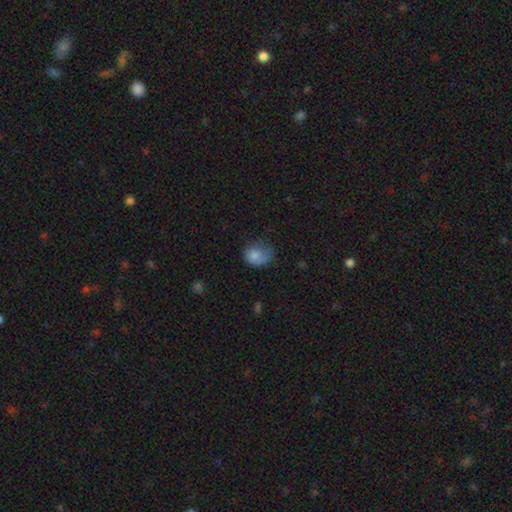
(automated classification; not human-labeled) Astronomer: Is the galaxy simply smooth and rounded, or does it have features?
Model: smooth — 76%.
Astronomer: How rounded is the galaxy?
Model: round — 56% (runner-up: in between, 43%).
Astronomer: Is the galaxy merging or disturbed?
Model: none — 34% (runner-up: minor disturbance, 32%).